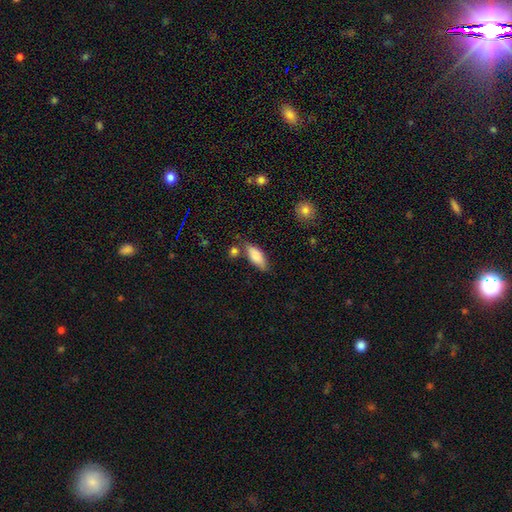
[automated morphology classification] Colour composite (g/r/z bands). It shows a smooth galaxy with no disk features (80%) that is in between round and cigar-shaped (76%). Merging: none (66%).